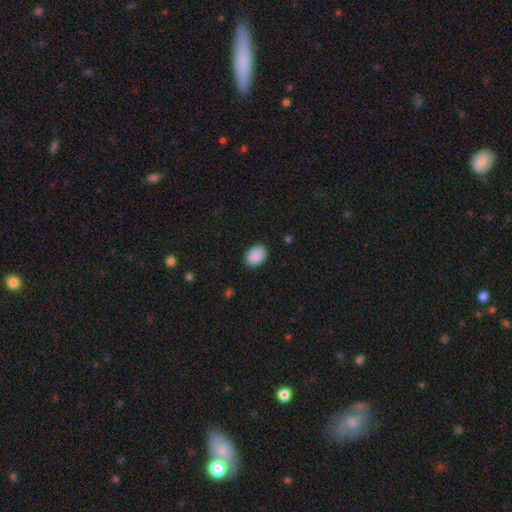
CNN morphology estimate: Smooth or featured? smooth (90%)
How rounded? in between (73%)
Merging? none (87%)